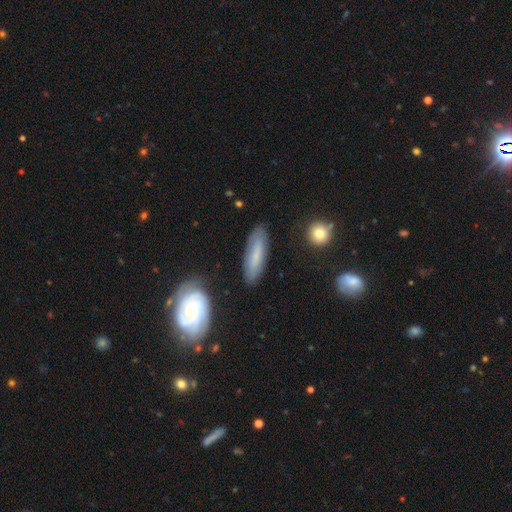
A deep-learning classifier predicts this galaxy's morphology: Smooth or featured? smooth (59%)
How rounded? cigar-shaped (57%)
Merging? none (81%)